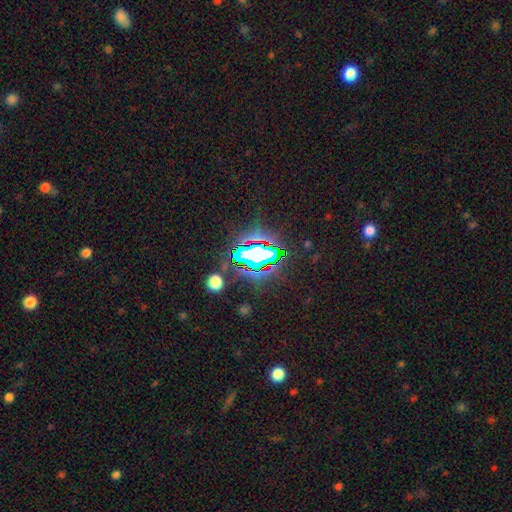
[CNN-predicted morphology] Smooth or featured? star or artifact (68%)